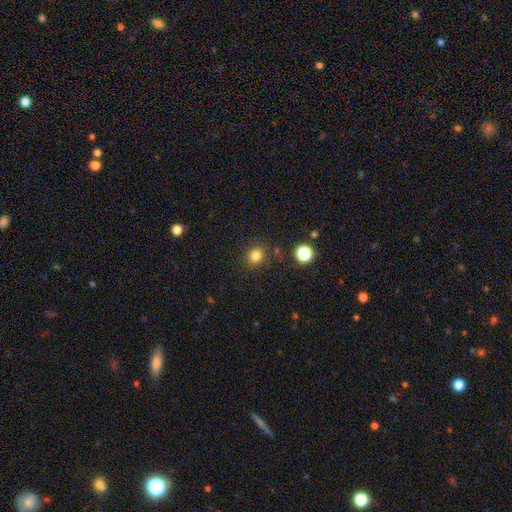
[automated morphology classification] Smooth or featured? smooth (81%)
How rounded? round (85%)
Merging? none (84%)